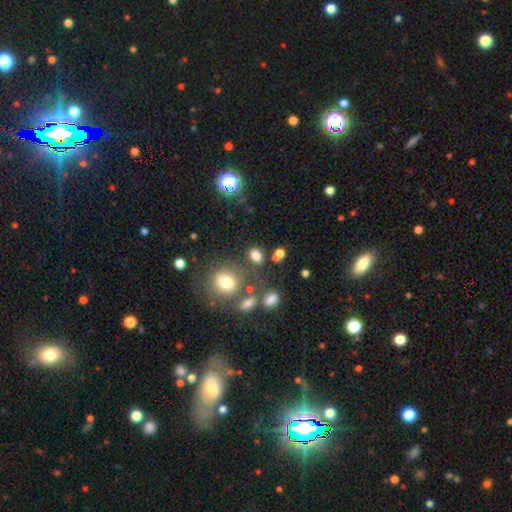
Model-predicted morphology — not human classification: This appears to be a smooth galaxy with no disk features (76%) that is in between round and cigar-shaped (62%). Merging: none (65%).